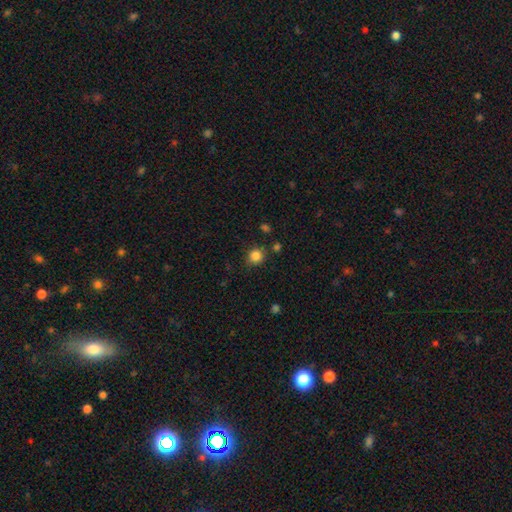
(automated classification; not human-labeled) This appears to be a smooth galaxy with no disk features (84%) that is round (90%). Merging: none (82%).